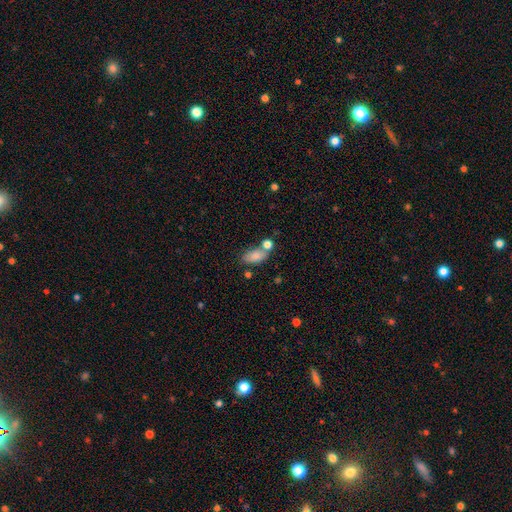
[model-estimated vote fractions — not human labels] Smooth or featured? Predicted: smooth (p=0.83). How rounded? Predicted: in between (p=0.88). Merging? Predicted: none (p=0.52).